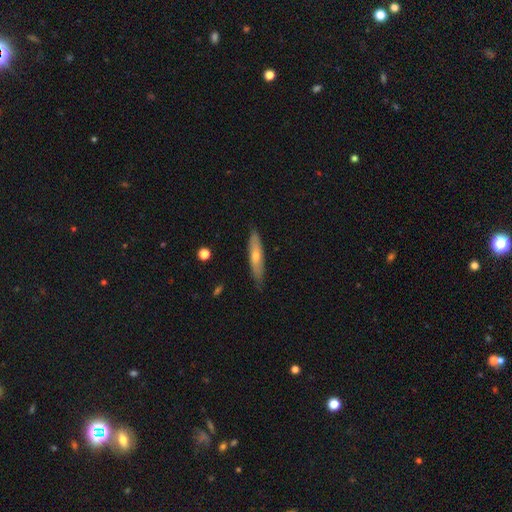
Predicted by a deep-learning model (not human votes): Overall: smooth (50%; featured or disk 43%). How rounded: cigar-shaped (84%). Merging: none (84%).